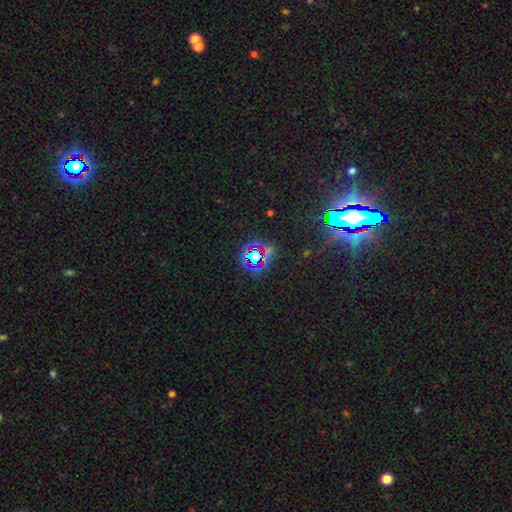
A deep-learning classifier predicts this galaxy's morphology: Smooth or featured? star or artifact (69%)